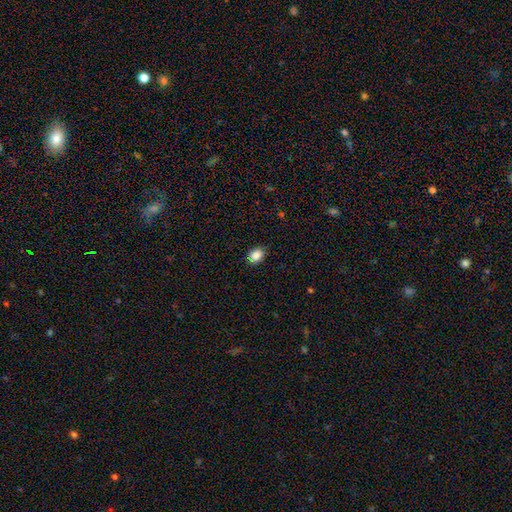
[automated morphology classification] This is clearly a smooth galaxy (83%). How rounded: likely in between (64%). Merging: likely none (79%).